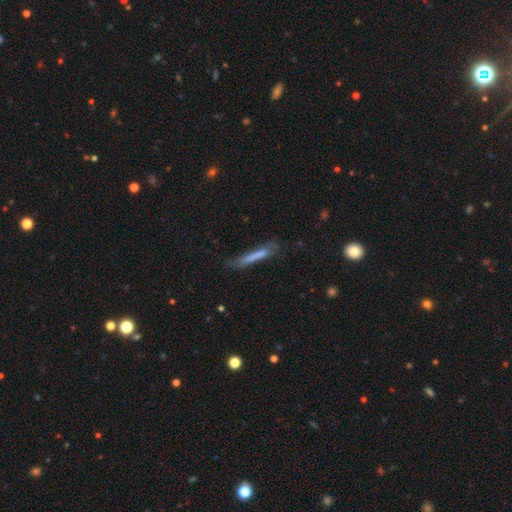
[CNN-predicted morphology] The model was most divided on "merging": none: 55%, minor disturbance: 27%, major disturbance: 14%, merger: 4%. More confident: how rounded — cigar-shaped (93%); smooth or featured — smooth (66%).